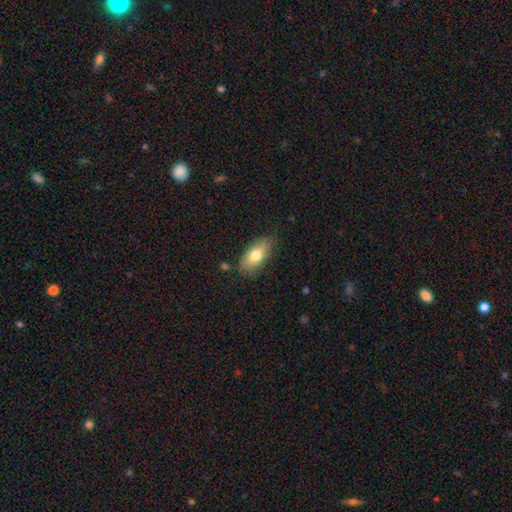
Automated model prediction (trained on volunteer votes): Overall: smooth (76%). How rounded: in between (88%). Merging: none (77%).